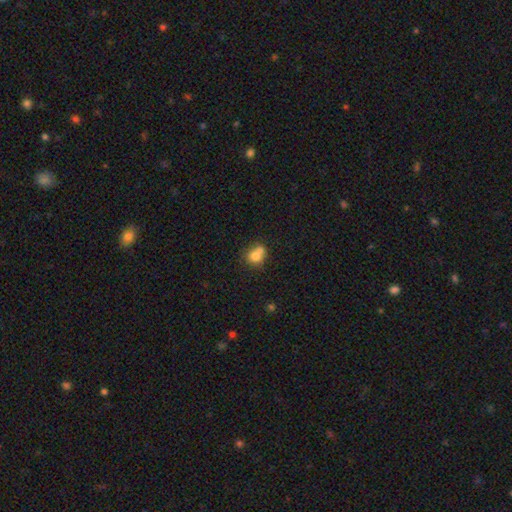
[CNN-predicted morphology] type=smooth (75%); roundness=round (77%); merging=merger (48%).